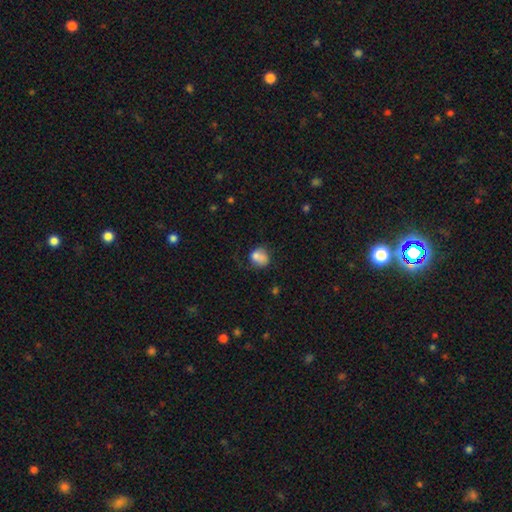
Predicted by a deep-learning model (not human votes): smooth 76%, featured or disk 13%, star or artifact 10%. Down the decision tree: how rounded — round (60%); merging — none (43%).